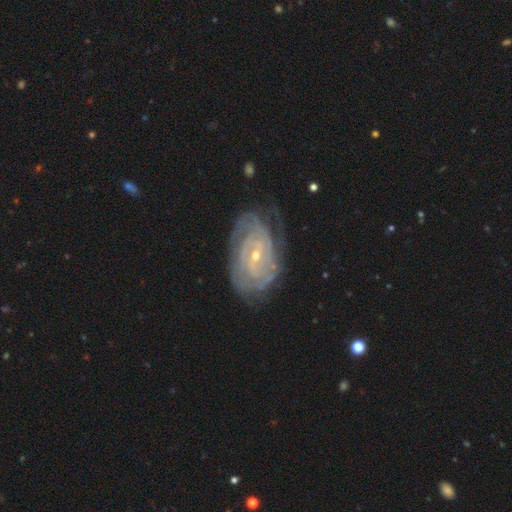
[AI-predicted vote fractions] smooth_or_featured: featured or disk (p=0.88) [alt: smooth p=0.07]
disk_edge_on: no (p=0.96) [alt: yes p=0.04]
bar: weak (p=0.43) [alt: no p=0.39]
has_spiral_arms: yes (p=0.96) [alt: no p=0.04]
spiral_winding: tight (p=0.78) [alt: medium p=0.18]
spiral_arm_count: can't tell (p=0.35) [alt: 2 p=0.25]
bulge_size: small (p=0.69) [alt: moderate p=0.29]
merging: none (p=0.71) [alt: minor disturbance p=0.20]